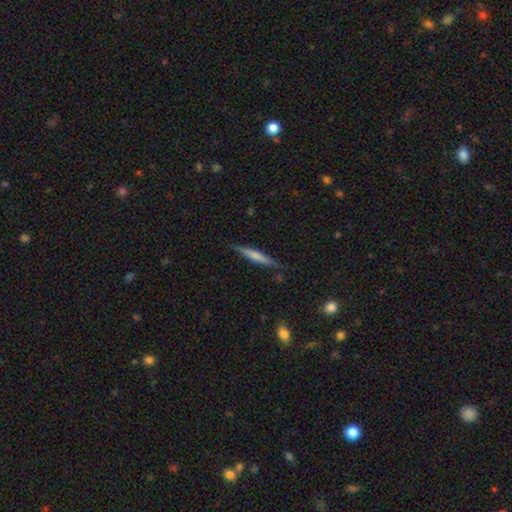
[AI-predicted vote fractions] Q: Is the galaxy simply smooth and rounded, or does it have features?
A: smooth — 50%.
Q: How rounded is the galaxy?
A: cigar-shaped — 93%.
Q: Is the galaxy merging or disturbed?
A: none — 84%.